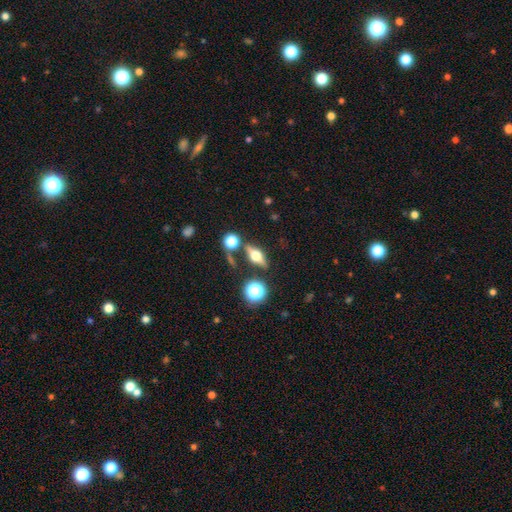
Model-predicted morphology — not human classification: Smooth or featured? Predicted: featured or disk (p=0.59). Edge-on disk? Predicted: yes (p=0.90). Edge-on bulge? Predicted: rounded (p=0.96). Merging? Predicted: none (p=0.78).